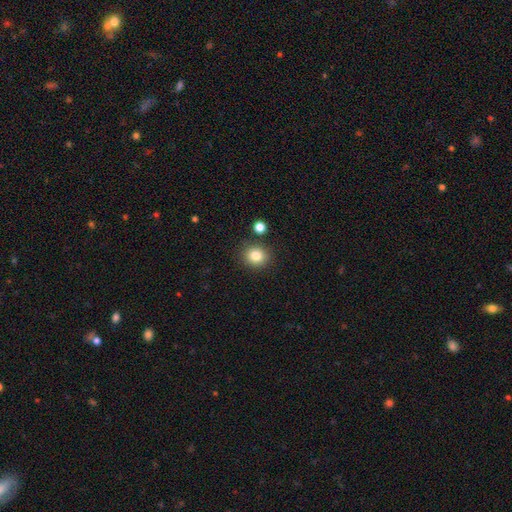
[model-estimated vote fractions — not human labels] Smooth or featured: smooth — 83% (star or artifact — 11%)
How rounded: round — 84% (in between — 15%)
Merging: none — 85% (minor disturbance — 8%)